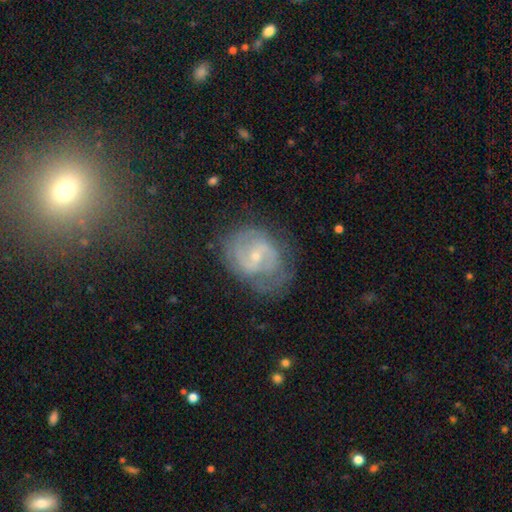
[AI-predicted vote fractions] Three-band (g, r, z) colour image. It shows a featured or disk galaxy (81%) with a weak bar (49%), 2 (69%) medium (47%) spiral arms (91%) and a small central bulge (72%). Merging: none (62%).